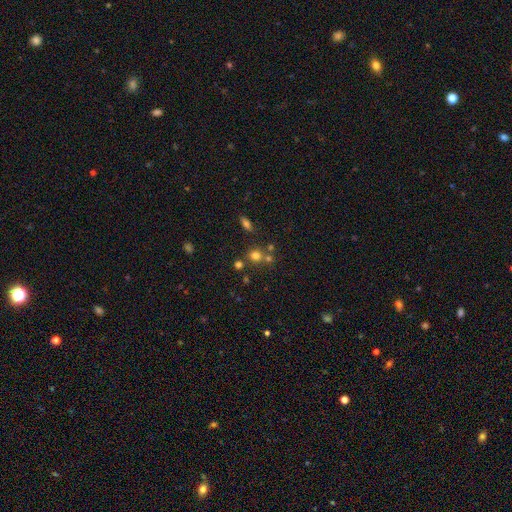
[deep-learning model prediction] This is likely a smooth galaxy (70%). How rounded: clearly round (85%). Merging: likely none (62%).